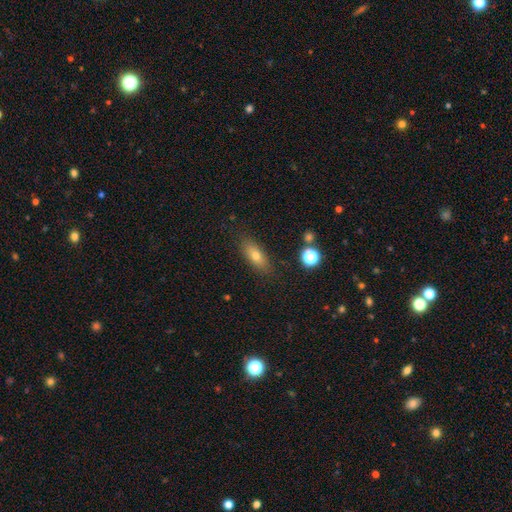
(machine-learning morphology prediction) Smooth or featured? smooth (70%)
How rounded? in between (68%)
Merging? none (84%)